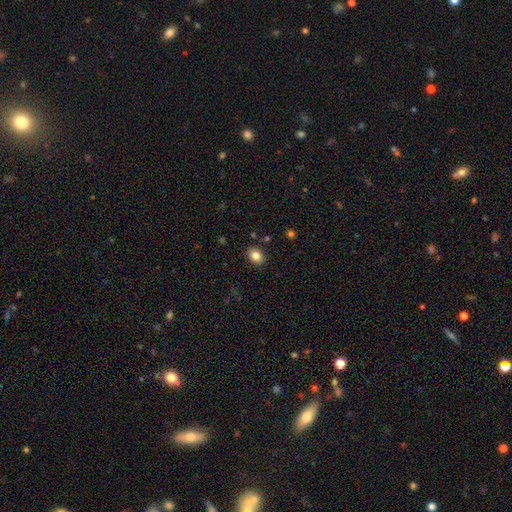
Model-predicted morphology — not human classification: This is clearly a smooth galaxy (82%). How rounded: likely in between (65%). Merging: clearly none (86%).